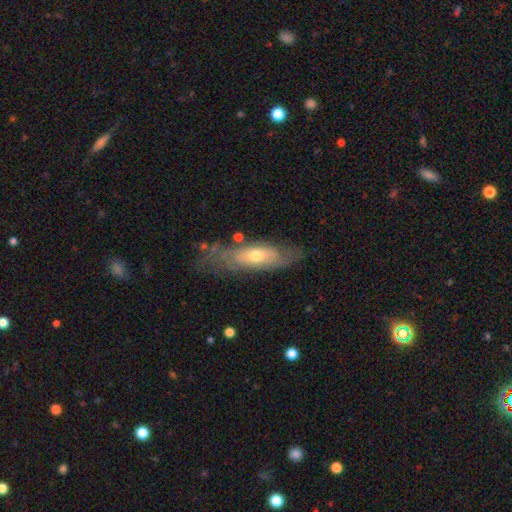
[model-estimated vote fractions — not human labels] Smooth or featured: featured or disk — 58% (smooth — 35%)
Edge-on disk: no — 66% (yes — 34%)
Merging: none — 64% (minor disturbance — 23%)